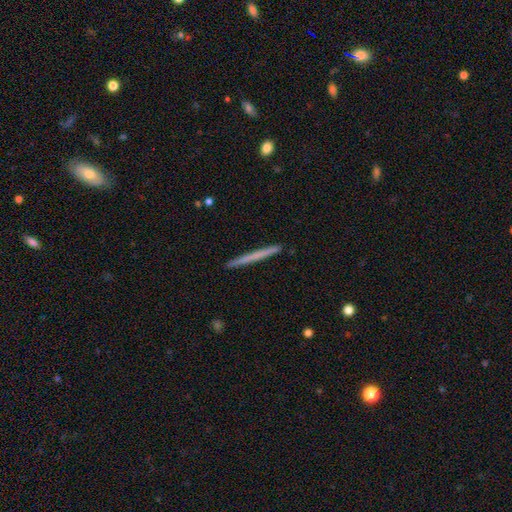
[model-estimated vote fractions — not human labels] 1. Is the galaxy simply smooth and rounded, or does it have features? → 56% smooth, 39% featured or disk, 5% star or artifact.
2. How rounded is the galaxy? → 97% cigar-shaped, 1% in between, 1% round.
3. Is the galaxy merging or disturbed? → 92% none, 5% minor disturbance, 1% major disturbance, 1% merger.